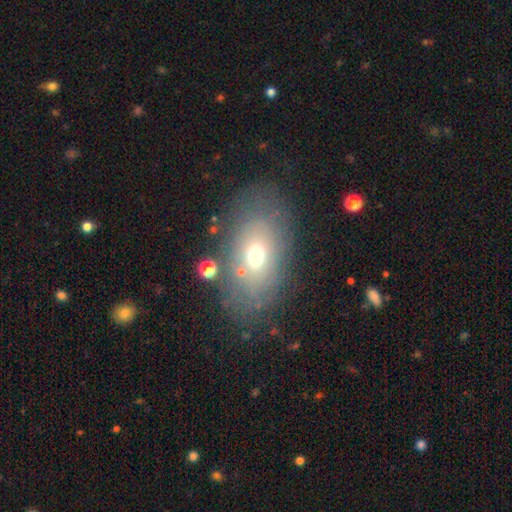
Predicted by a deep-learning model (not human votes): smooth 60%, featured or disk 27%, star or artifact 13%. Down the decision tree: how rounded — in between (84%); merging — none (72%).